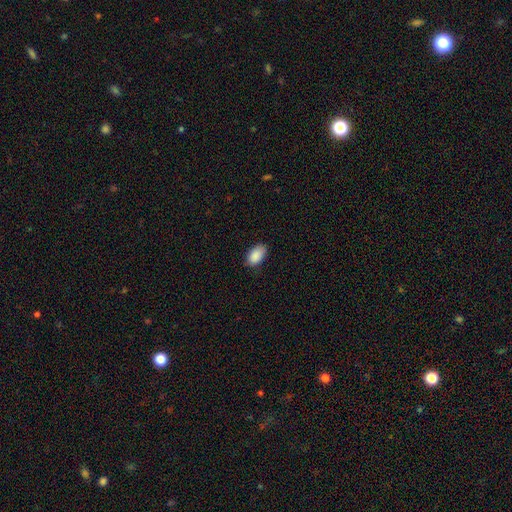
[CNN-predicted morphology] A smooth galaxy with no disk features (89%) that is in between round and cigar-shaped (93%). Merging: none (80%).